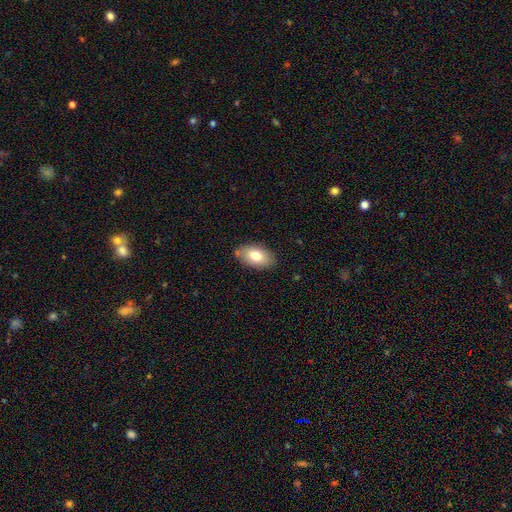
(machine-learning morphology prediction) The model was most divided on "smooth or featured": smooth: 77%, featured or disk: 15%, star or artifact: 7%. More confident: how rounded — in between (92%); merging — none (82%).